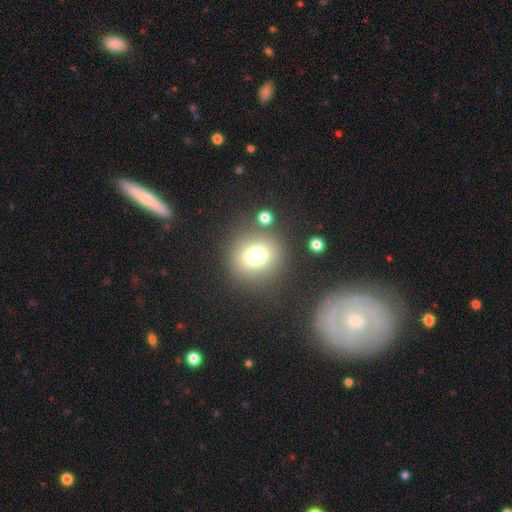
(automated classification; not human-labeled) Q: Smooth or featured?
A: smooth (74%); runner-up: star or artifact (15%)
Q: How rounded?
A: round (83%); runner-up: in between (16%)
Q: Merging?
A: none (79%); runner-up: minor disturbance (9%)